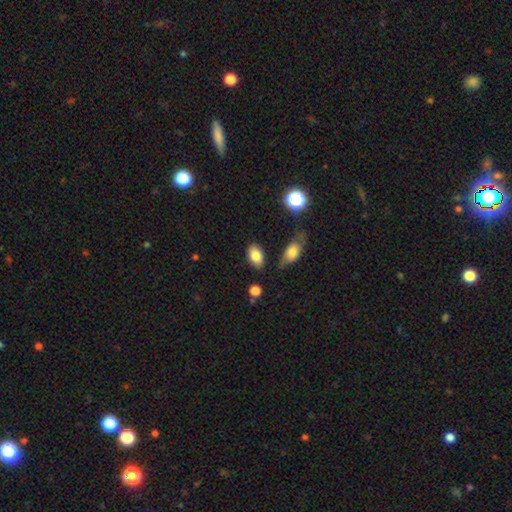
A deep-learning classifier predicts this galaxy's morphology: Smooth or featured: smooth — 83% (featured or disk — 9%)
How rounded: in between — 90% (round — 8%)
Merging: none — 77% (minor disturbance — 14%)